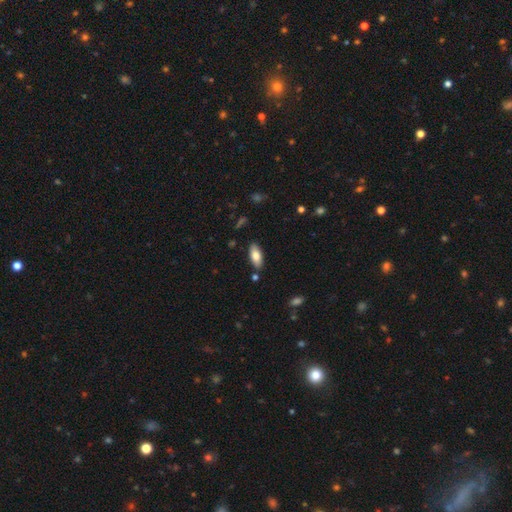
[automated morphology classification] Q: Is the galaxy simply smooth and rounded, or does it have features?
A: smooth — 77%.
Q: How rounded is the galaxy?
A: in between — 85%.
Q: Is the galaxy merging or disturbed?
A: none — 84%.